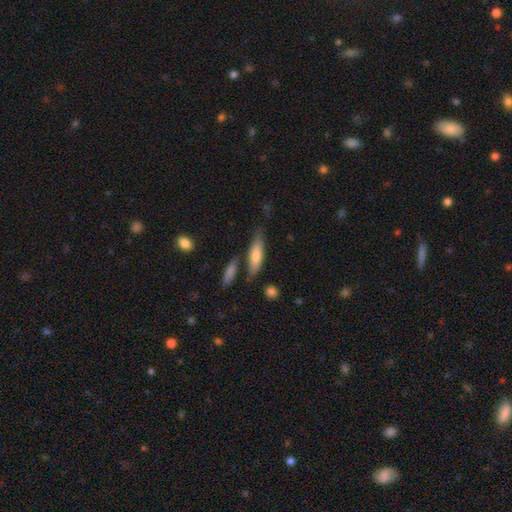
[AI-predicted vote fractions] A smooth galaxy with no disk features (66%) that is cigar-shaped (64%). Merging: none (68%).